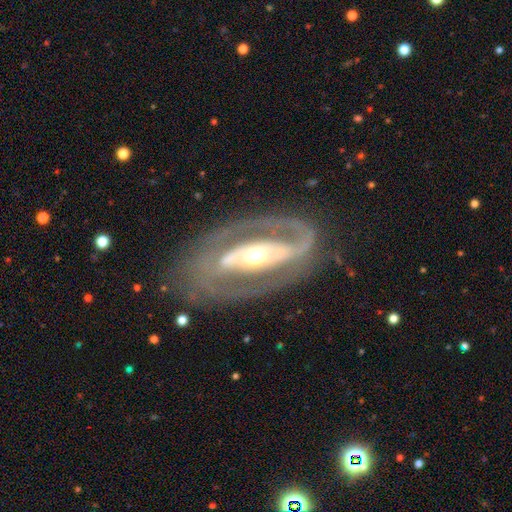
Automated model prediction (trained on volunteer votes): This appears to be a featured or disk galaxy (87%) with a strong bar (45%), 2 (83%) medium (43%) spiral arms (83%) and a moderate central bulge (58%). Merging: none (75%).